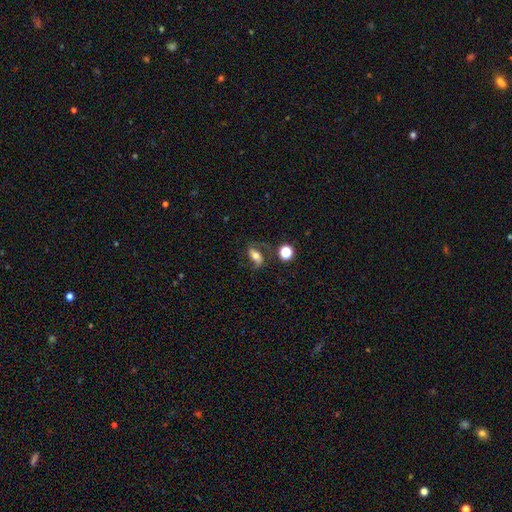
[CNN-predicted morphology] Smooth or featured? Predicted: featured or disk (p=0.51). Edge-on disk? Predicted: no (p=0.89). Merging? Predicted: none (p=0.59).